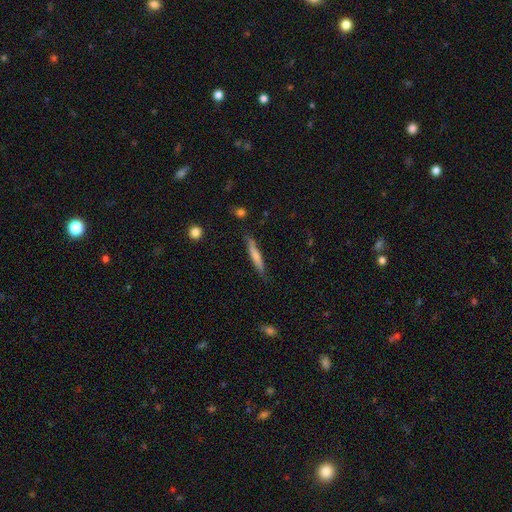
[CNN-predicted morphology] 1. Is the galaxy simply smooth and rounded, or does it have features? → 62% smooth, 32% featured or disk, 6% star or artifact.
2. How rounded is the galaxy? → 91% cigar-shaped, 7% in between, 1% round.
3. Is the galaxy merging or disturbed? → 80% none, 15% minor disturbance, 3% major disturbance, 2% merger.